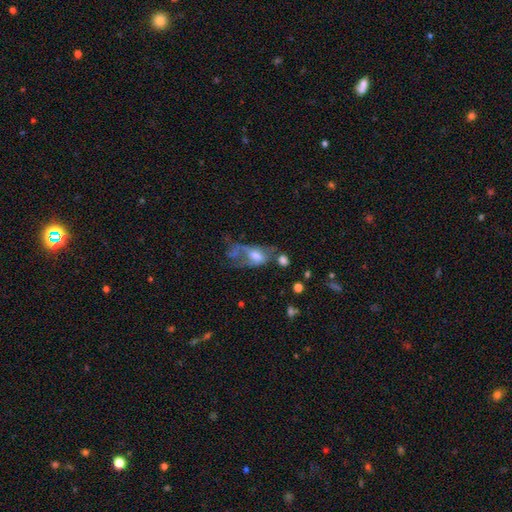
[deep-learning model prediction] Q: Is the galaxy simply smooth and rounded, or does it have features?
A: featured or disk — 50%.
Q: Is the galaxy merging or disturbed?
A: major disturbance — 42%.